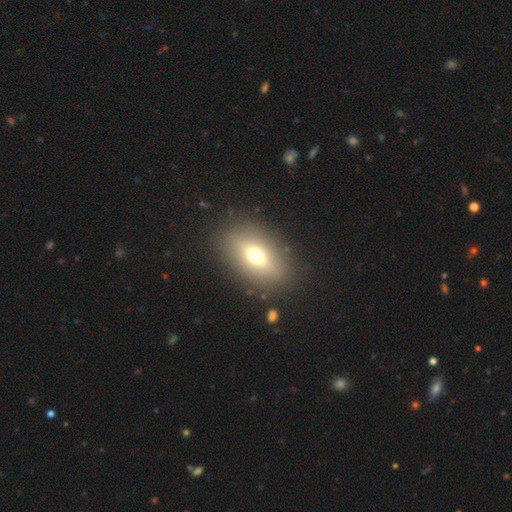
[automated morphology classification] Smooth or featured? smooth (66%)
How rounded? in between (81%)
Merging? none (84%)